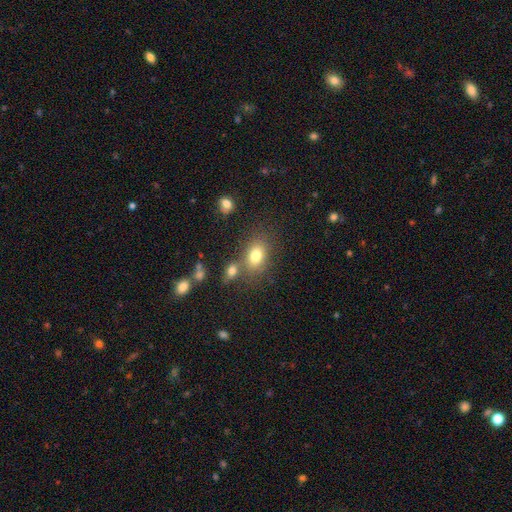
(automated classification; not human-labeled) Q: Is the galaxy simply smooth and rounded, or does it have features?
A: smooth — 78%.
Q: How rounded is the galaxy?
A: in between — 77%.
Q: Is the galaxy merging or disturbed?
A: none — 63%.